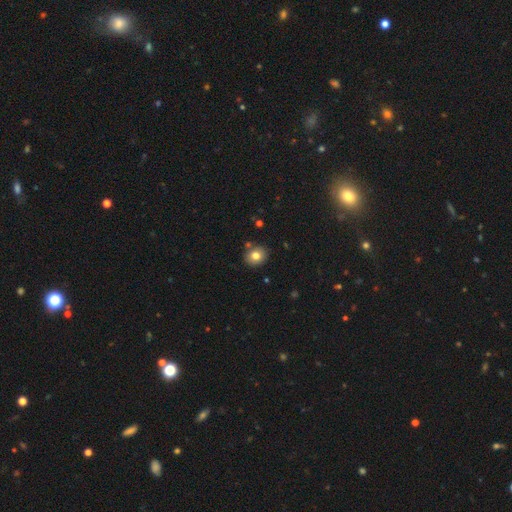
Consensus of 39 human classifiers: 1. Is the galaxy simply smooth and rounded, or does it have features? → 85% smooth, 13% featured or disk, 3% star or artifact.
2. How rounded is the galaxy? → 91% round, 6% in between, 3% cigar-shaped.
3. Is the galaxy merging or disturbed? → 74% none, 16% merger, 8% minor disturbance, 3% major disturbance.